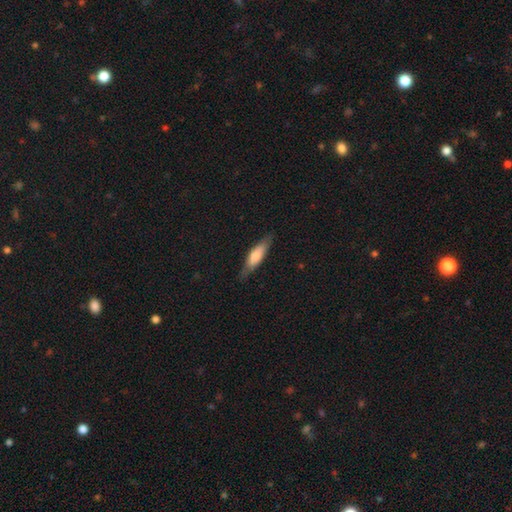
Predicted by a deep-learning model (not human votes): A smooth galaxy with no disk features (65%) that is cigar-shaped (63%). Merging: none (82%).